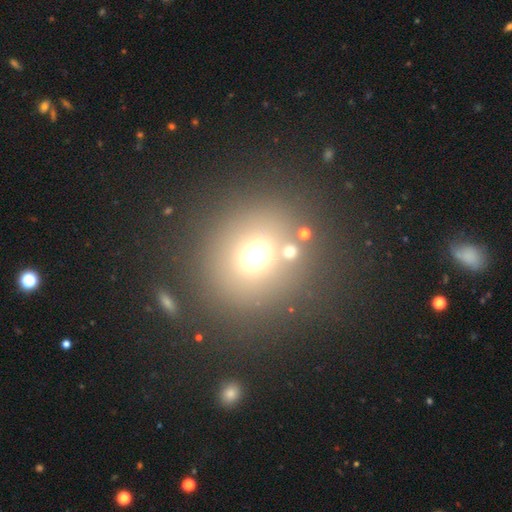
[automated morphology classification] smooth 64%, star or artifact 24%, featured or disk 12%. Down the decision tree: how rounded — round (83%); merging — none (74%).